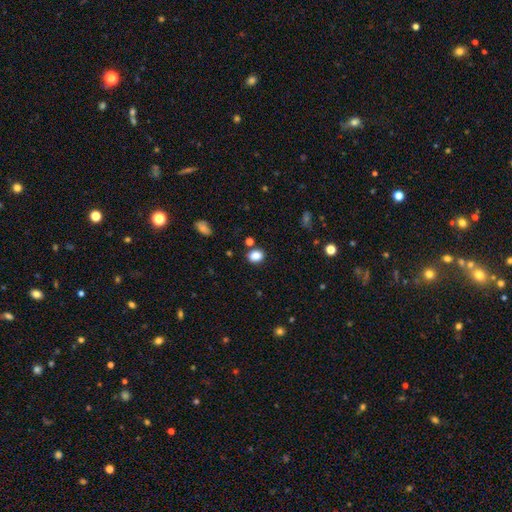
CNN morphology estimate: A smooth galaxy with no disk features (86%) that is in between round and cigar-shaped (57%).

Vote fractions:
- Smooth or featured? smooth: 86% / star or artifact: 10% / featured or disk: 4%
- How rounded? in between: 57% / round: 42% / cigar-shaped: 1%
- Merging? none: 81% / minor disturbance: 11% / merger: 5% / major disturbance: 3%